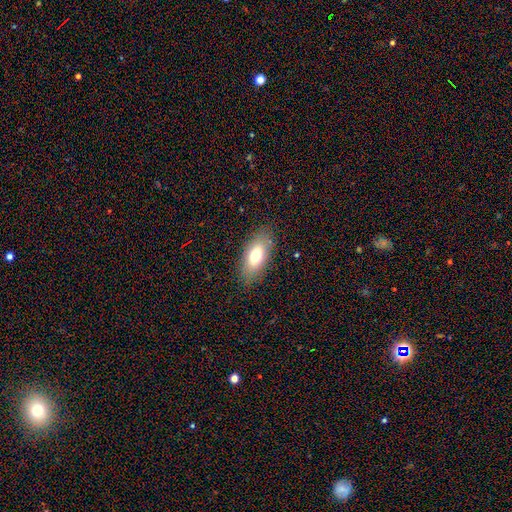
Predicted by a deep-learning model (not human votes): Q: Smooth or featured?
A: smooth (72%); runner-up: featured or disk (20%)
Q: How rounded?
A: in between (86%); runner-up: cigar-shaped (11%)
Q: Merging?
A: none (84%); runner-up: minor disturbance (12%)